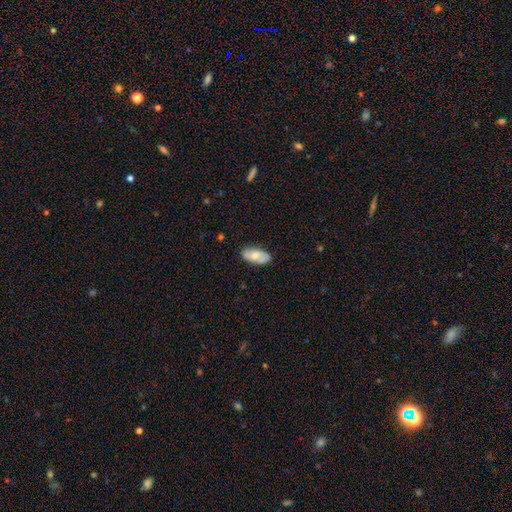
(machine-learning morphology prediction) Smooth or featured? Predicted: smooth (p=0.64). How rounded? Predicted: in between (p=0.90). Merging? Predicted: none (p=0.81).